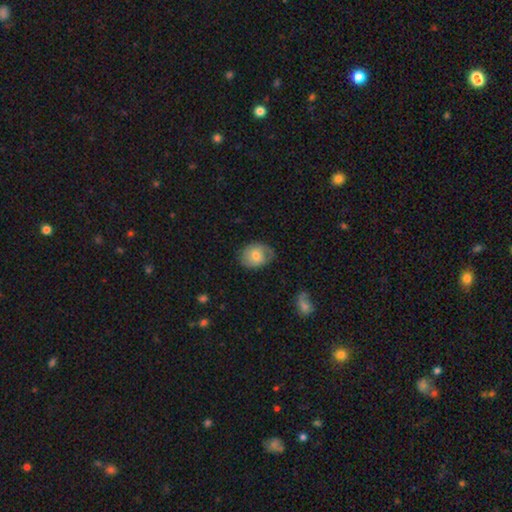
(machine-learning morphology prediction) Q: Smooth or featured?
A: smooth (62%); runner-up: featured or disk (31%)
Q: How rounded?
A: in between (58%); runner-up: round (41%)
Q: Merging?
A: none (68%); runner-up: minor disturbance (24%)